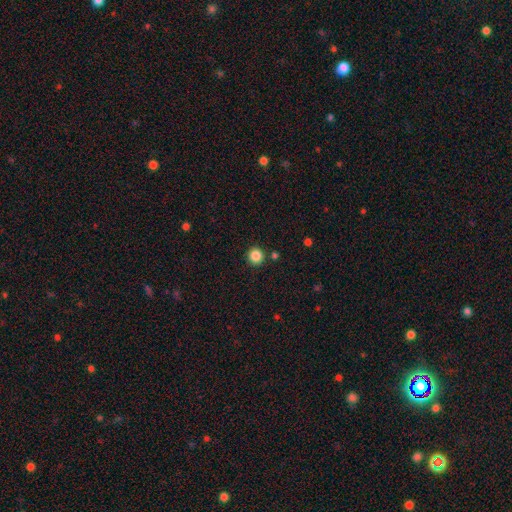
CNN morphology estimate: Smooth or featured? Predicted: smooth (p=0.86). How rounded? Predicted: round (p=0.94). Merging? Predicted: none (p=0.88).